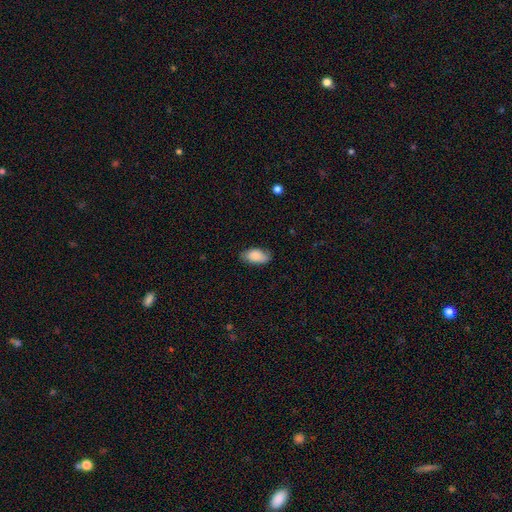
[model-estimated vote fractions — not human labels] smooth 82%, featured or disk 11%, star or artifact 7%. Down the decision tree: how rounded — in between (93%); merging — none (74%).